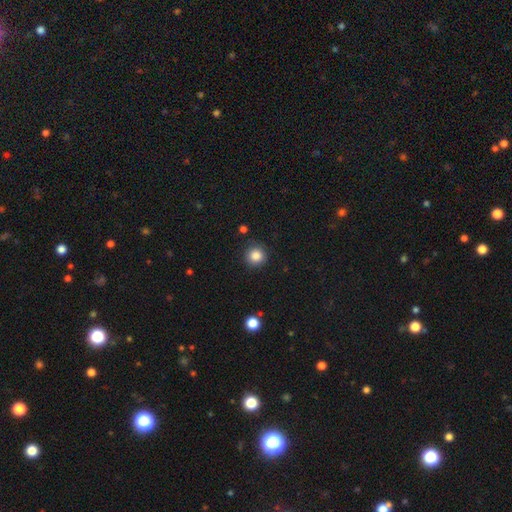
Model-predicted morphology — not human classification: Smooth or featured: smooth — 85% (star or artifact — 11%)
How rounded: round — 94% (in between — 5%)
Merging: none — 88% (minor disturbance — 8%)